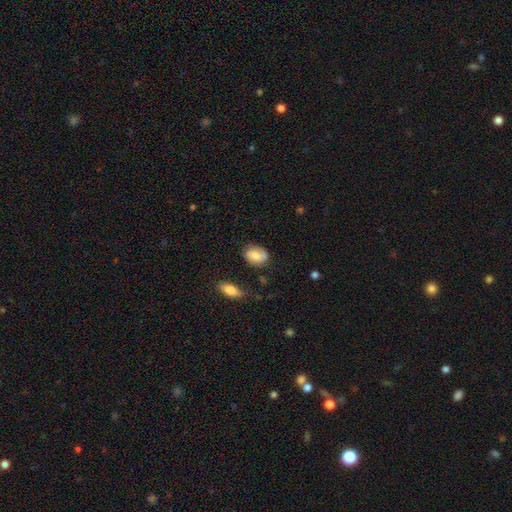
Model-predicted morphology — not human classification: This appears to be a smooth galaxy with no disk features (56%) that is in between round and cigar-shaped (72%). Merging: none (67%).